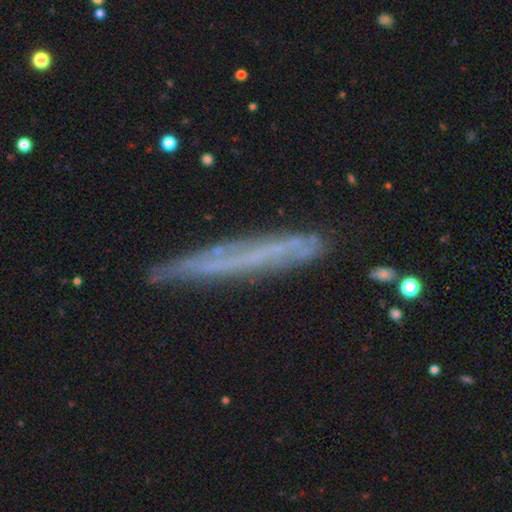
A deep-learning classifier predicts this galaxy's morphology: Smooth or featured? Predicted: featured or disk (p=0.62). Edge-on disk? Predicted: yes (p=0.77). Merging? Predicted: none (p=0.74).